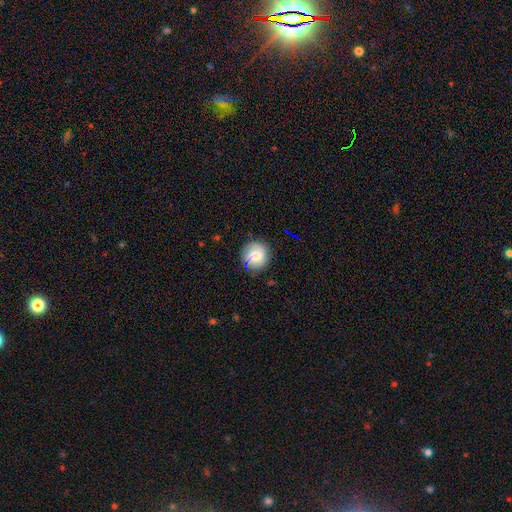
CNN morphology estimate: smooth-or-featured: smooth: 66% | featured or disk: 23% | star or artifact: 10%
  how-rounded: round: 91% | in between: 8% | cigar-shaped: 1%
  merging: none: 82% | minor disturbance: 13% | major disturbance: 3% | merger: 2%